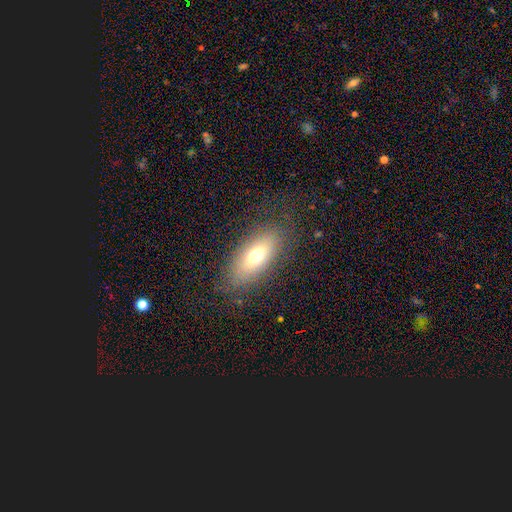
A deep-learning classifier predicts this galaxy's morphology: Overall: smooth (67%). How rounded: in between (81%). Merging: none (81%).